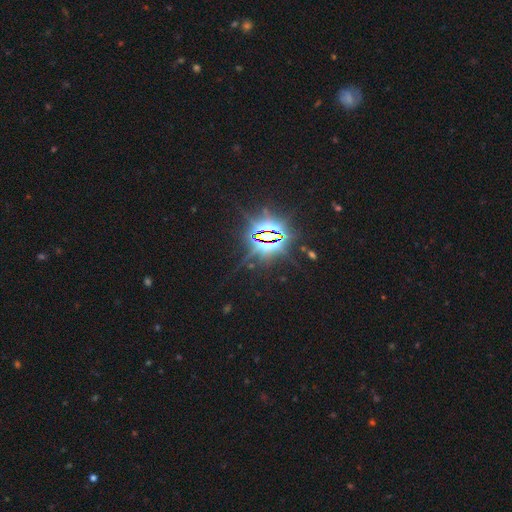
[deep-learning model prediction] Overall: star or artifact (87%).